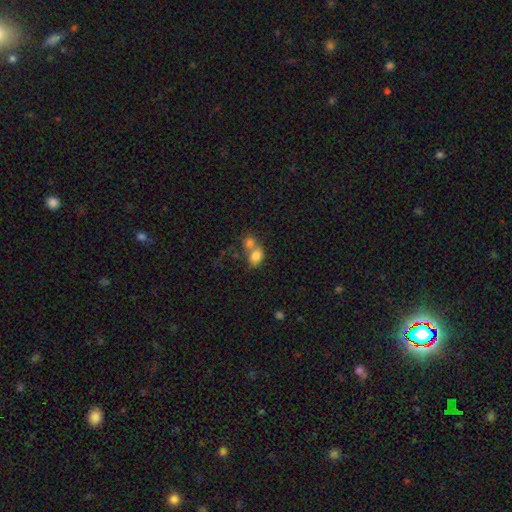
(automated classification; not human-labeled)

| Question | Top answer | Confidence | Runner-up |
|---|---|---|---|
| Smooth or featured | smooth | 79% | featured or disk (11%) |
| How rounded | in between | 63% | round (36%) |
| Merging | merger | 57% | none (30%) |